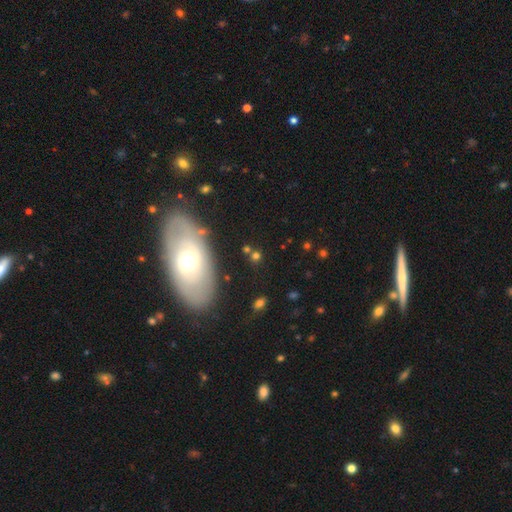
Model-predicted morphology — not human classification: Smooth or featured: smooth — 59% (star or artifact — 23%)
How rounded: round — 66% (in between — 29%)
Merging: none — 74% (minor disturbance — 11%)